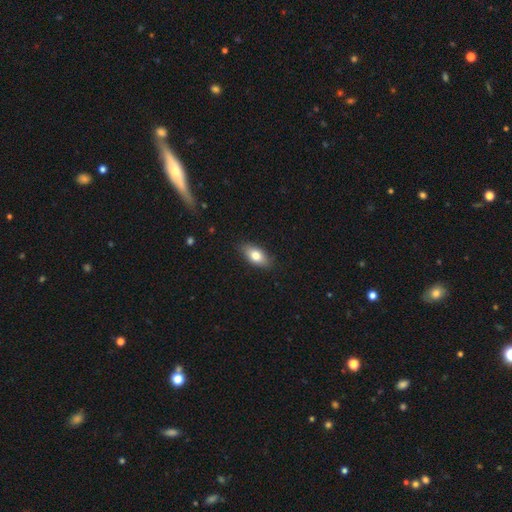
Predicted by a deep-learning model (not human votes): Smooth or featured? Predicted: smooth (p=0.77). How rounded? Predicted: in between (p=0.89). Merging? Predicted: none (p=0.86).